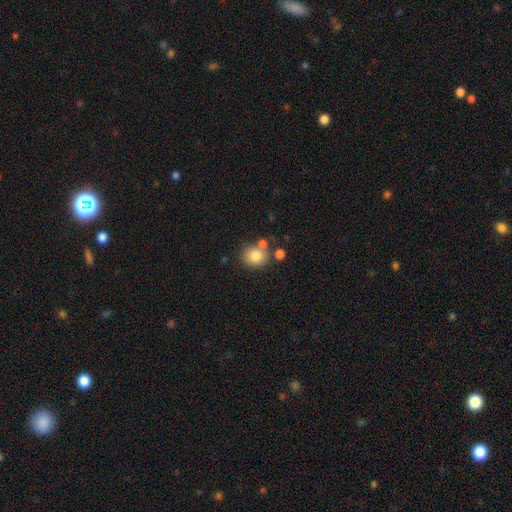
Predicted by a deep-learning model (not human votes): A smooth galaxy with no disk features (80%) that is round (78%).

Vote fractions:
- Smooth or featured? smooth: 80% / star or artifact: 10% / featured or disk: 10%
- How rounded? round: 78% / in between: 21% / cigar-shaped: 1%
- Merging? none: 66% / merger: 18% / minor disturbance: 12% / major disturbance: 4%